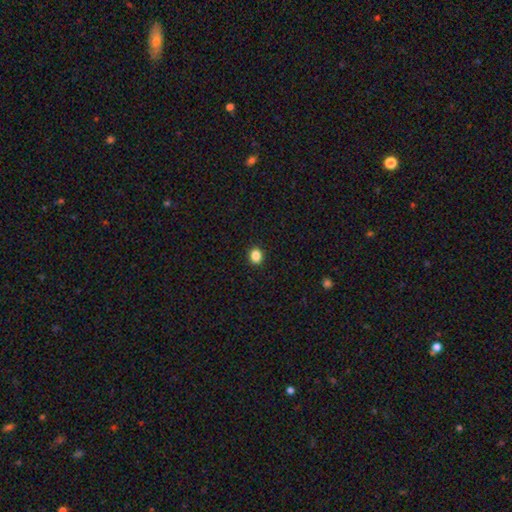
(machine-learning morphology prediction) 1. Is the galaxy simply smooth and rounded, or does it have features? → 86% smooth, 11% star or artifact, 3% featured or disk.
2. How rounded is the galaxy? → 71% round, 28% in between, 1% cigar-shaped.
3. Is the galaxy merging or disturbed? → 93% none, 5% minor disturbance, 2% major disturbance, 1% merger.